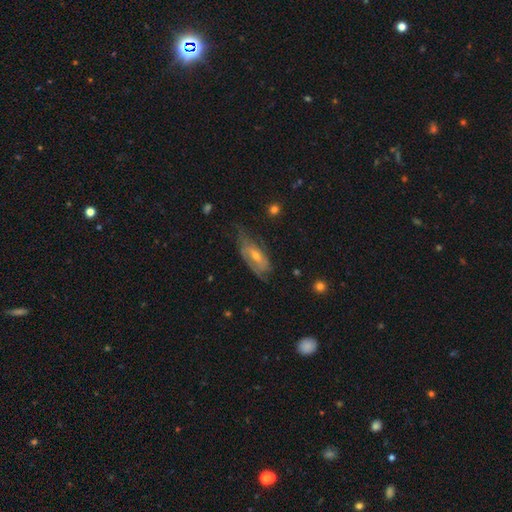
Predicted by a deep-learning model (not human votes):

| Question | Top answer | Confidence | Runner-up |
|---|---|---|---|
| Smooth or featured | featured or disk | 65% | smooth (28%) |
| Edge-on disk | no | 83% | yes (17%) |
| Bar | no | 47% | weak (39%) |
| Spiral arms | yes | 76% | no (24%) |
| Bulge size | small | 48% | moderate (47%) |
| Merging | none | 52% | minor disturbance (30%) |